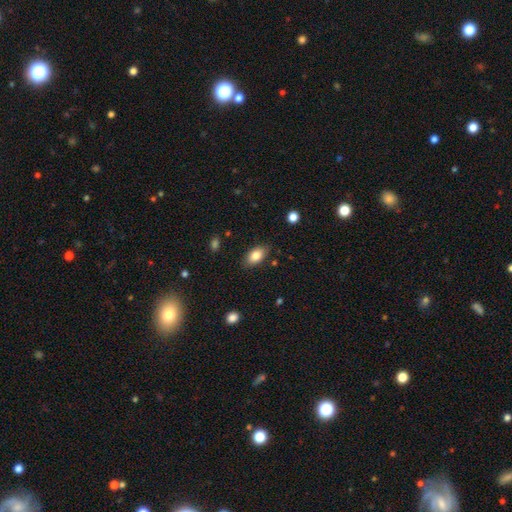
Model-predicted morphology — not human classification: Q: Smooth or featured?
A: smooth (84%); runner-up: featured or disk (9%)
Q: How rounded?
A: in between (91%); runner-up: round (6%)
Q: Merging?
A: none (85%); runner-up: minor disturbance (11%)